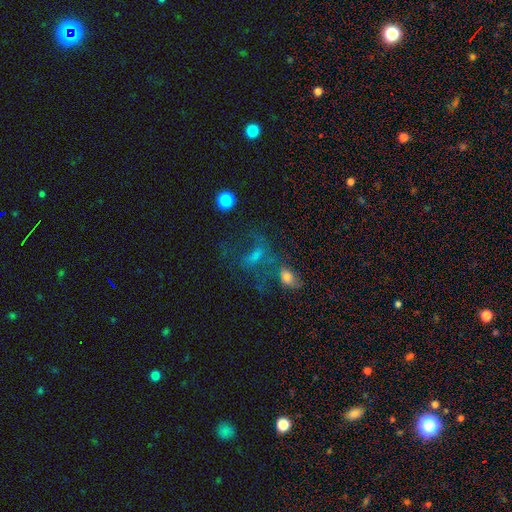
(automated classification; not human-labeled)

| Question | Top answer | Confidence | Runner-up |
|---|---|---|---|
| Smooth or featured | featured or disk | 40% | star or artifact (31%) |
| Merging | none | 37% | major disturbance (25%) |